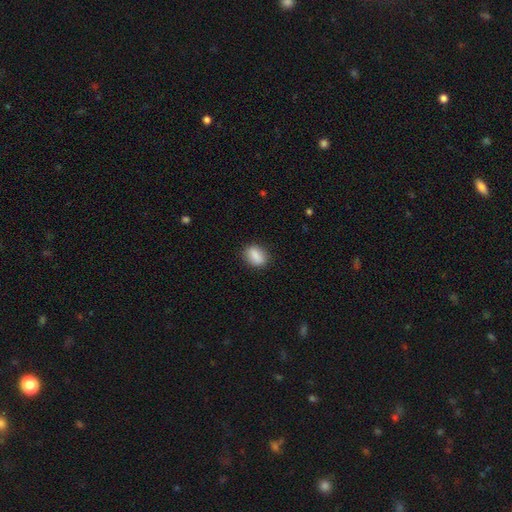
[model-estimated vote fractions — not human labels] This is clearly a smooth galaxy (86%). How rounded: likely in between (72%). Merging: clearly none (85%).